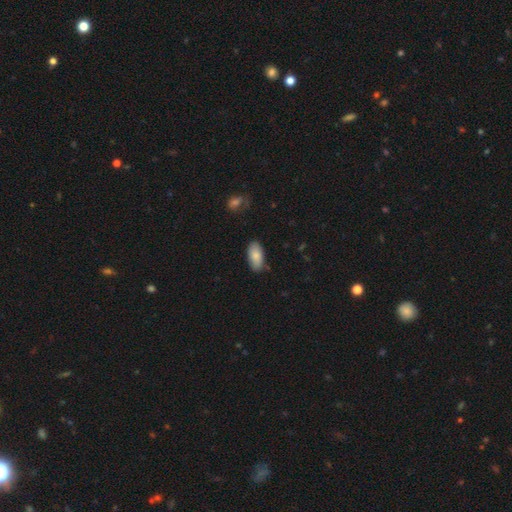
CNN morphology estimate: The model was most divided on "merging": none: 83%, minor disturbance: 13%, major disturbance: 2%, merger: 2%. More confident: how rounded — in between (93%); smooth or featured — smooth (85%).